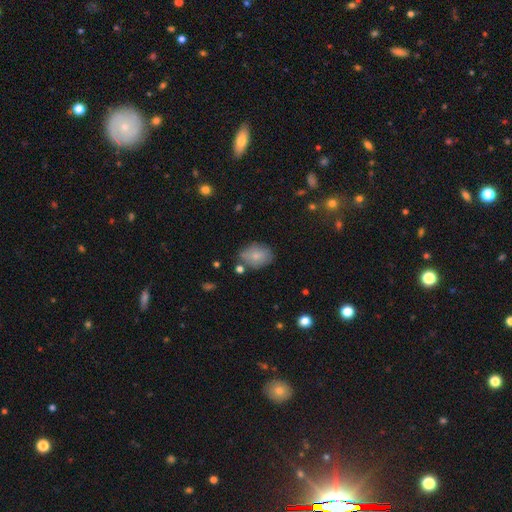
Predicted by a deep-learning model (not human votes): A smooth galaxy with no disk features (77%) that is in between round and cigar-shaped (64%).

Vote fractions:
- Smooth or featured? smooth: 77% / featured or disk: 15% / star or artifact: 8%
- How rounded? in between: 64% / round: 35% / cigar-shaped: 1%
- Merging? none: 69% / minor disturbance: 20% / merger: 6% / major disturbance: 5%